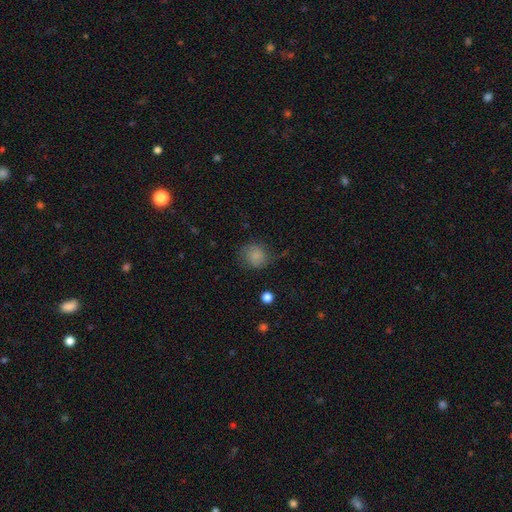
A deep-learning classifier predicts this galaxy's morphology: This appears to be a smooth galaxy with no disk features (75%) that is round (75%). Merging: none (61%).